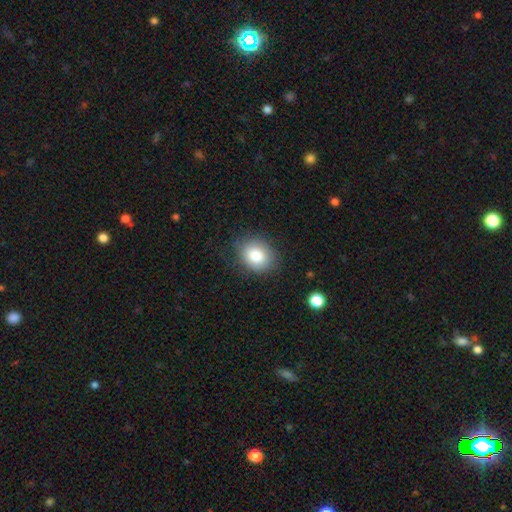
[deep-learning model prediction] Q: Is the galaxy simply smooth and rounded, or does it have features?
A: smooth — 84%.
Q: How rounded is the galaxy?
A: in between — 51%.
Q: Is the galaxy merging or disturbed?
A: none — 81%.